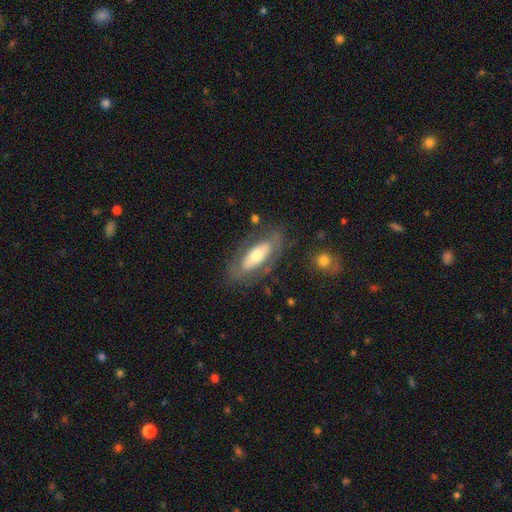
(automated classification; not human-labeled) Smooth or featured? featured or disk (57%)
Edge-on disk? no (74%)
Merging? none (76%)